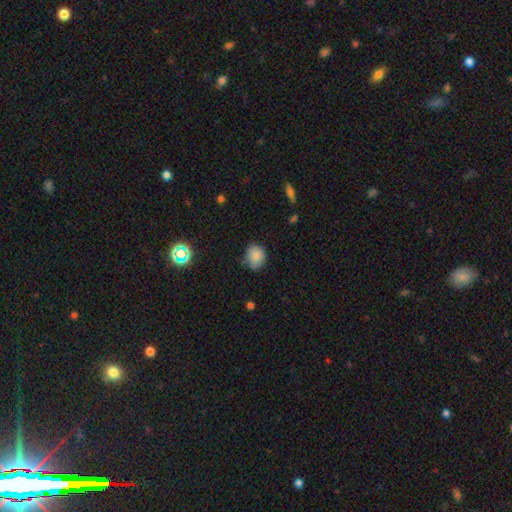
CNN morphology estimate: This appears to be a smooth galaxy with no disk features (83%) that is round (59%). Merging: none (67%).